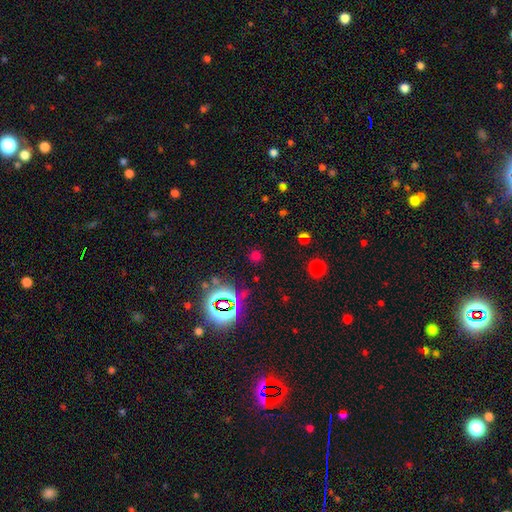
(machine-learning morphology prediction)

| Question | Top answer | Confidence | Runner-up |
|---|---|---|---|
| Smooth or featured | smooth | 49% | star or artifact (45%) |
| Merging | none | 84% | minor disturbance (8%) |